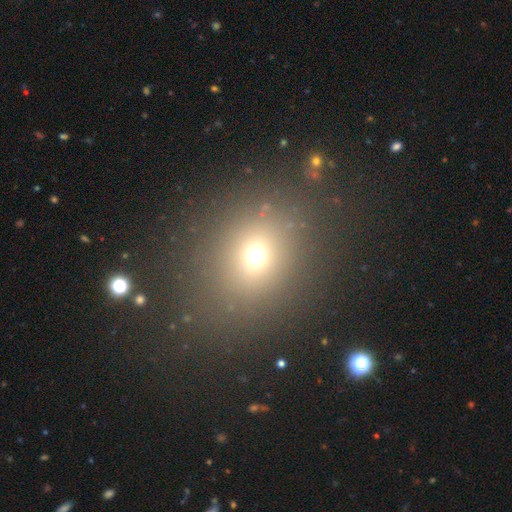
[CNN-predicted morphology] This is likely a smooth galaxy (66%). How rounded: likely round (70%). Merging: clearly none (82%).